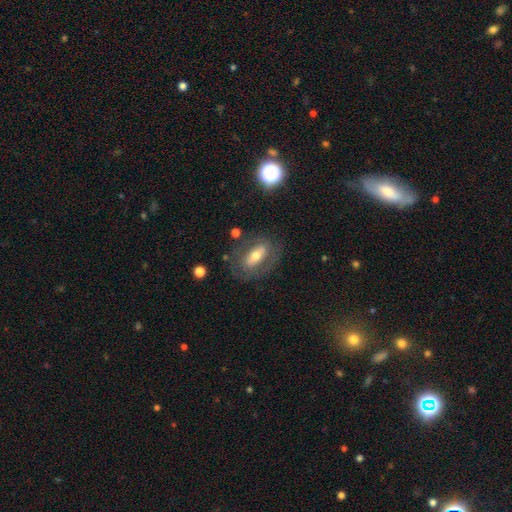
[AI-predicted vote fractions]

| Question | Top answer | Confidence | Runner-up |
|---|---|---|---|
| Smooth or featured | featured or disk | 52% | smooth (40%) |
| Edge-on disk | no | 84% | yes (16%) |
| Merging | none | 70% | minor disturbance (16%) |